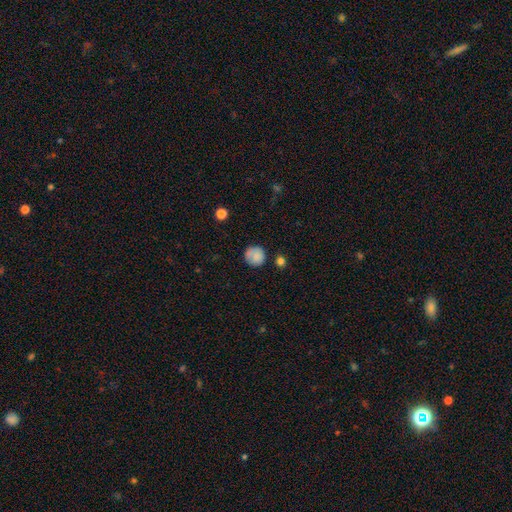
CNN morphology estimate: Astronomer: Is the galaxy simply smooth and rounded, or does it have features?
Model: smooth — 83%.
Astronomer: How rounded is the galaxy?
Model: round — 91%.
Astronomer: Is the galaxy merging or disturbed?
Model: none — 74%.